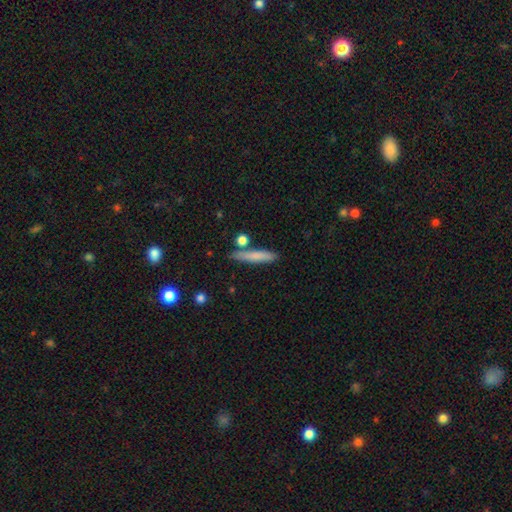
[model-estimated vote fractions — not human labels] This appears to be a smooth galaxy with no disk features (75%) that is cigar-shaped (90%). Merging: none (79%).